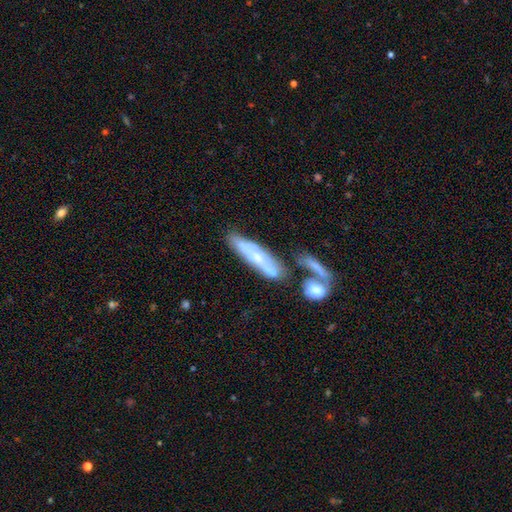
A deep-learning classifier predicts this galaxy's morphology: Smooth or featured? featured or disk (50%)
Edge-on disk? no (56%)
Merging? none (46%)